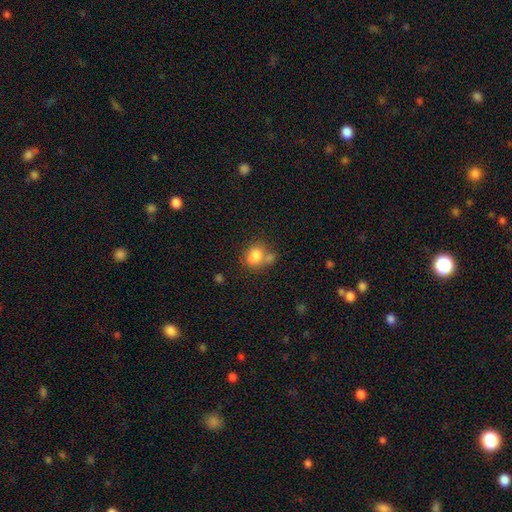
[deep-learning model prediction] Overall: smooth (81%). How rounded: round (53%; in between 46%). Merging: none (46%; merger 33%).